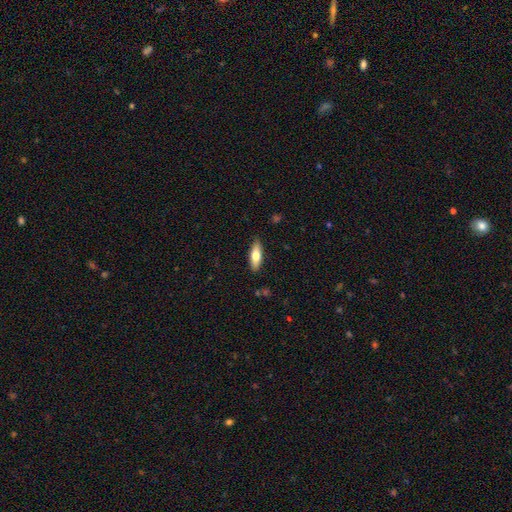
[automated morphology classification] smooth-or-featured: smooth: 66% | featured or disk: 28% | star or artifact: 6%
  how-rounded: in between: 58% | cigar-shaped: 40% | round: 2%
  merging: none: 87% | minor disturbance: 10% | major disturbance: 2% | merger: 1%